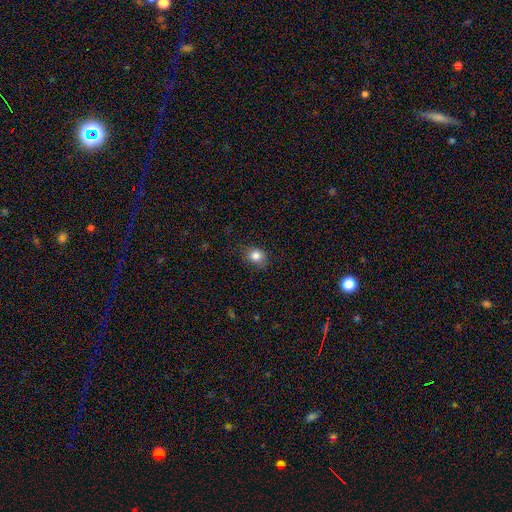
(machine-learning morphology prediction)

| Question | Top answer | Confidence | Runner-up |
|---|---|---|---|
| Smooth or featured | smooth | 83% | star or artifact (11%) |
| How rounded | round | 60% | in between (39%) |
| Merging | none | 79% | minor disturbance (16%) |